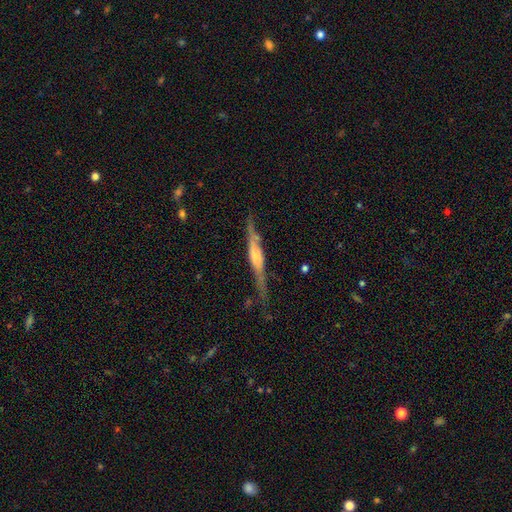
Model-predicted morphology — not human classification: featured or disk 74%, smooth 20%, star or artifact 6%. Down the decision tree: edge-on disk — yes (93%); edge-on bulge — rounded (59%); merging — none (72%).